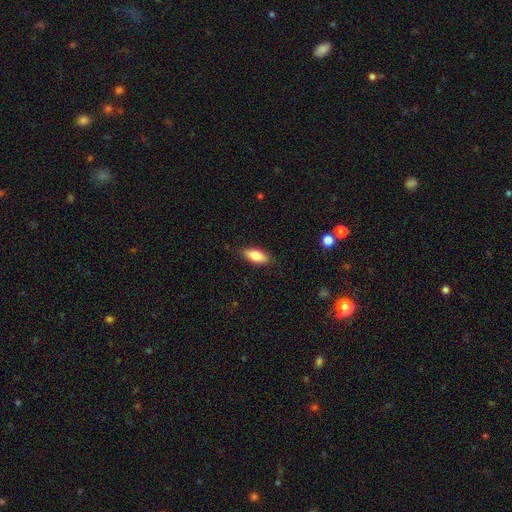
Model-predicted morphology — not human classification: A smooth galaxy with no disk features (79%) that is in between round and cigar-shaped (78%). Merging: none (85%).